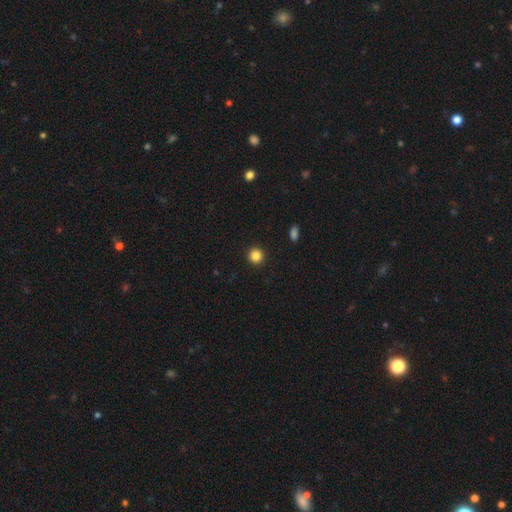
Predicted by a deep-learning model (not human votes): Smooth or featured?
  - smooth: 85% *
  - star or artifact: 11%
  - featured or disk: 4%
How rounded?
  - round: 95% *
  - in between: 4%
  - cigar-shaped: 1%
Merging?
  - none: 93% *
  - minor disturbance: 4%
  - major disturbance: 2%
  - merger: 1%